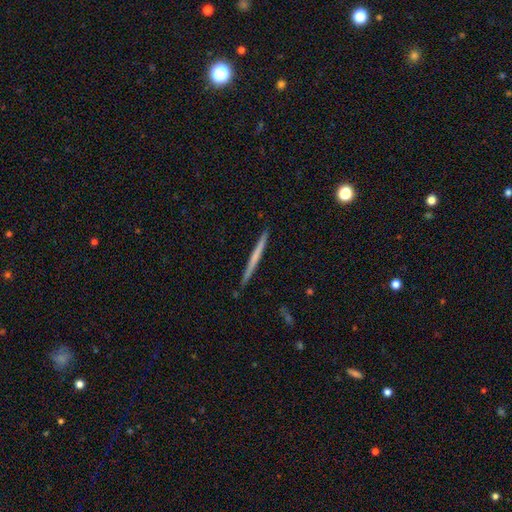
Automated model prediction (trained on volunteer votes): This is possibly a smooth galaxy (47%, tied with featured or disk). Merging: clearly none (91%).